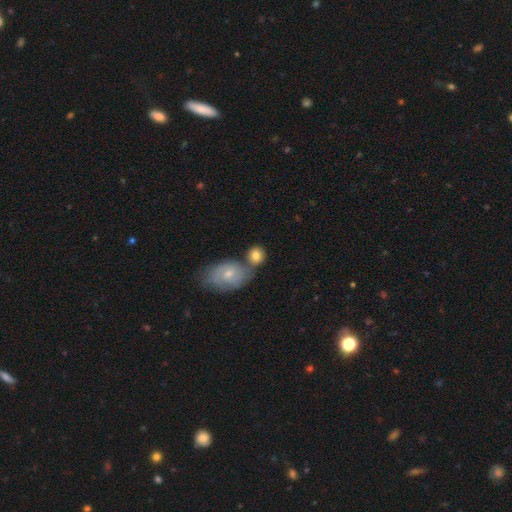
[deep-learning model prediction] A smooth galaxy with no disk features (73%) that is round (69%). Merging: none (48%).